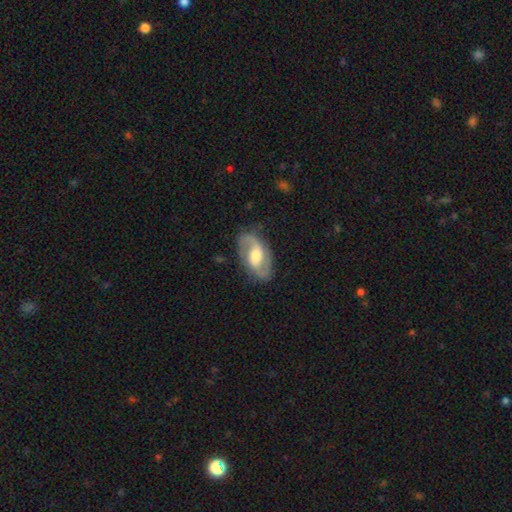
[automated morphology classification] featured or disk 81%, smooth 14%, star or artifact 5%. Down the decision tree: edge-on disk — no (96%); bar — weak (47%); spiral arms — yes (92%); spiral arm count — 2 (90%); spiral winding — medium (49%); bulge size — moderate (60%); merging — none (80%).